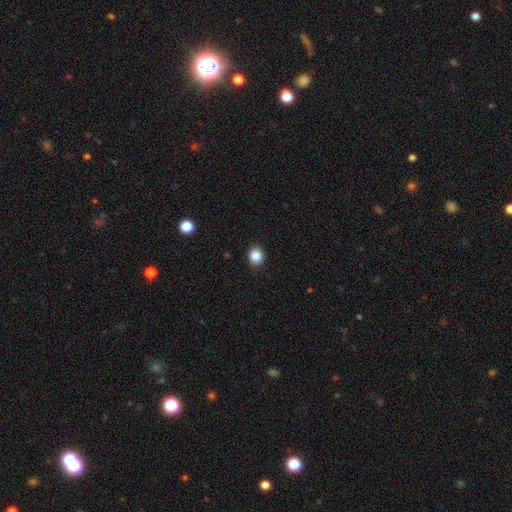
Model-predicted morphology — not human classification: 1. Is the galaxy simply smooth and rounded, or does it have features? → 85% smooth, 10% star or artifact, 4% featured or disk.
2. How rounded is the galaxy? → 83% round, 17% in between, 1% cigar-shaped.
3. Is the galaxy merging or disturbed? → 92% none, 5% minor disturbance, 2% major disturbance, 1% merger.